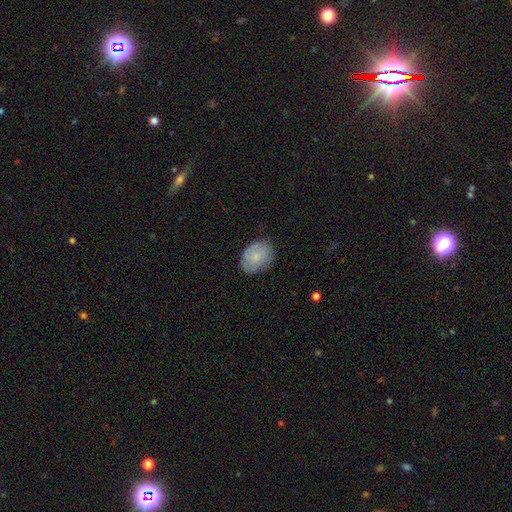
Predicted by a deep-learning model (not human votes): A smooth galaxy with no disk features (79%) that is in between round and cigar-shaped (69%).

Vote fractions:
- Smooth or featured? smooth: 79% / featured or disk: 14% / star or artifact: 7%
- How rounded? in between: 69% / round: 30% / cigar-shaped: 1%
- Merging? none: 74% / minor disturbance: 20% / major disturbance: 4% / merger: 1%